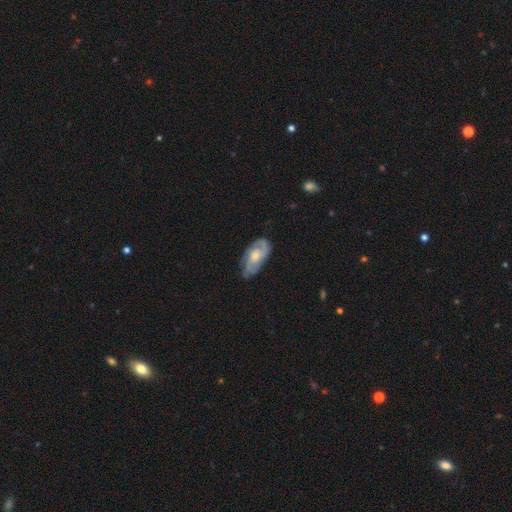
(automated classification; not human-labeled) Overall: featured or disk (68%). Edge-on disk: no (93%). Bar: no (71%). Spiral arms: yes (89%). Spiral arm count: 2 (41%; can't tell 28%). Spiral winding: tight (43%; medium 41%). Bulge size: moderate (59%; small 26%). Merging: none (68%).